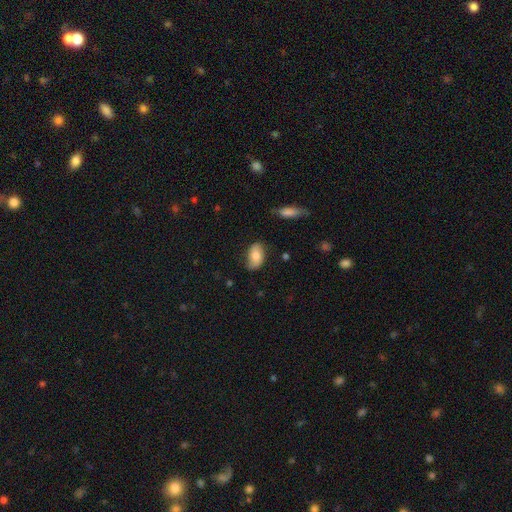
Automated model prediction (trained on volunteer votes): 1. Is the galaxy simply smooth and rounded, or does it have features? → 78% smooth, 15% featured or disk, 7% star or artifact.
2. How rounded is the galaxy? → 93% in between, 5% round, 2% cigar-shaped.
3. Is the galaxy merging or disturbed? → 75% none, 20% minor disturbance, 4% major disturbance, 2% merger.